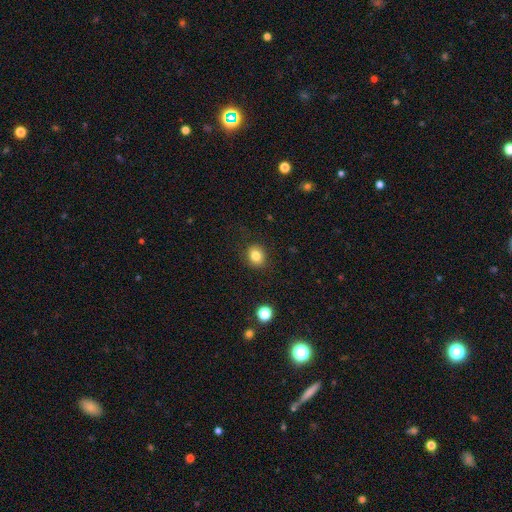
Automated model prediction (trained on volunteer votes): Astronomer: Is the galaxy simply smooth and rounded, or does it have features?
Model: smooth — 82%.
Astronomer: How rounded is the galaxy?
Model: round — 67%.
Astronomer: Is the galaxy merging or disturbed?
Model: none — 87%.